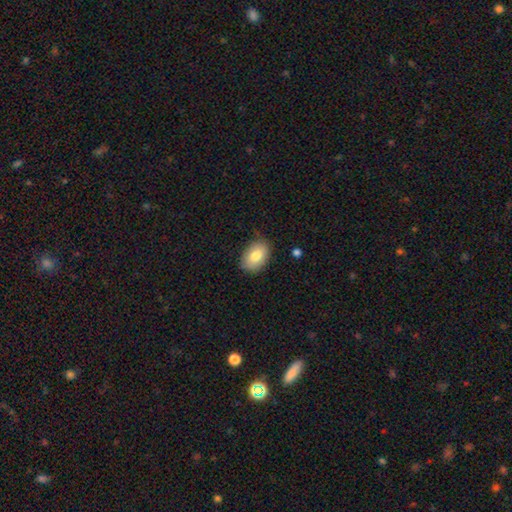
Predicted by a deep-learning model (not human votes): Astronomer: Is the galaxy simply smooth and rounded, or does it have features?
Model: smooth — 80%.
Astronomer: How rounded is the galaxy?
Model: in between — 87%.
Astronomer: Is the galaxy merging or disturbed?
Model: none — 82%.